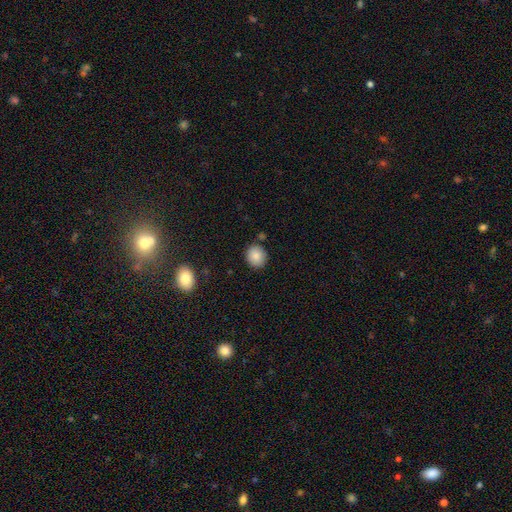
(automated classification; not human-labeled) Smooth or featured?
  - smooth: 87% *
  - star or artifact: 9%
  - featured or disk: 5%
How rounded?
  - round: 79% *
  - in between: 20%
  - cigar-shaped: 1%
Merging?
  - none: 85% *
  - minor disturbance: 9%
  - merger: 4%
  - major disturbance: 2%